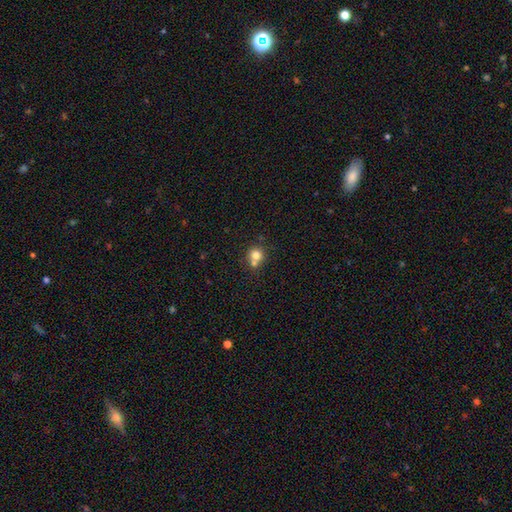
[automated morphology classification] Smooth or featured: smooth — 78% (star or artifact — 12%)
How rounded: round — 89% (in between — 10%)
Merging: none — 48% (merger — 42%)